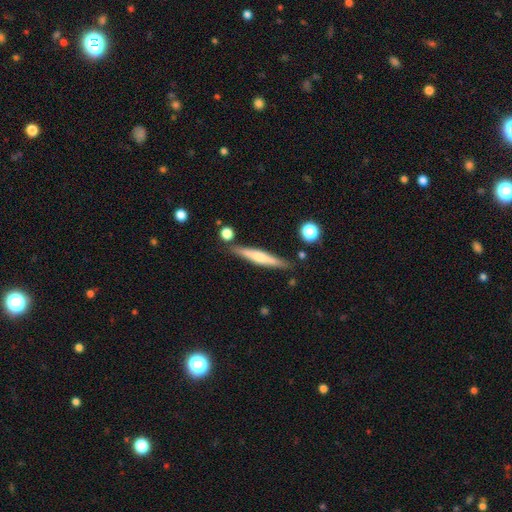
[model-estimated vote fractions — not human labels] featured or disk 54%, smooth 39%, star or artifact 6%. Down the decision tree: edge-on disk — yes (96%); edge-on bulge — rounded (68%); merging — none (85%).